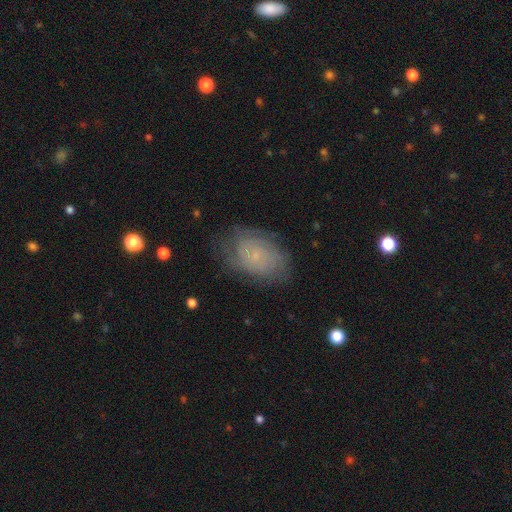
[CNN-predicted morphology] A featured or disk galaxy (52%).

Vote fractions:
- Smooth or featured? featured or disk: 52% / smooth: 38% / star or artifact: 10%
- Edge-on disk? no: 96% / yes: 4%
- Merging? none: 67% / minor disturbance: 21% / major disturbance: 10% / merger: 1%